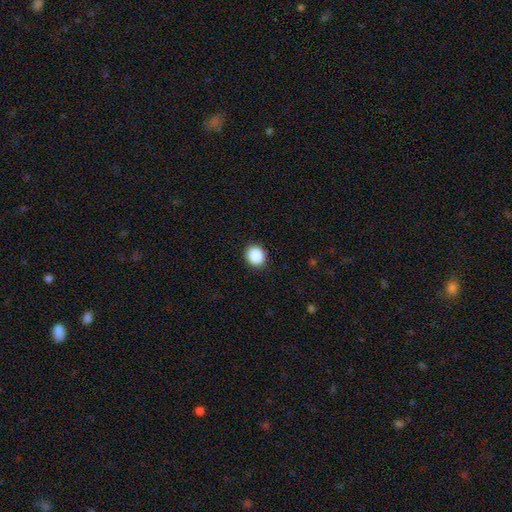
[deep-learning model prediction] A smooth galaxy with no disk features (89%) that is round (84%).

Vote fractions:
- Smooth or featured? smooth: 89% / star or artifact: 9% / featured or disk: 3%
- How rounded? round: 84% / in between: 15% / cigar-shaped: 1%
- Merging? none: 91% / minor disturbance: 6% / major disturbance: 2% / merger: 1%